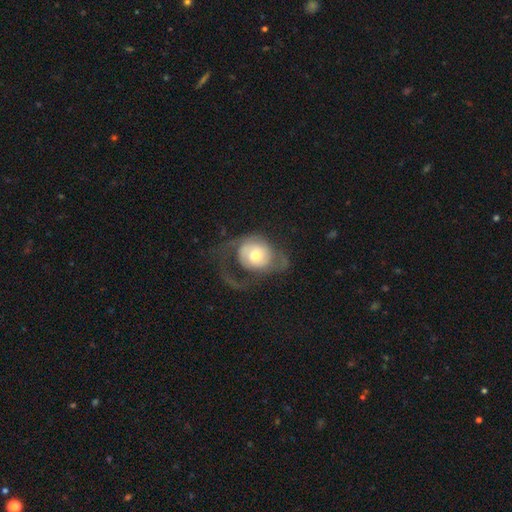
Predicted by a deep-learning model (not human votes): Smooth or featured? featured or disk (52%)
Edge-on disk? no (95%)
Merging? major disturbance (53%)